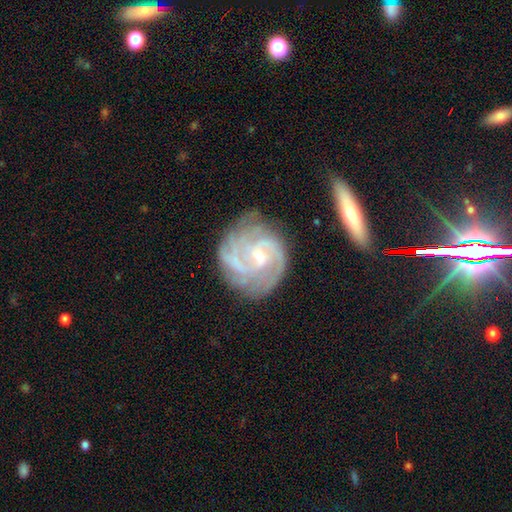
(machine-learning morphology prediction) Overall: featured or disk (88%). Edge-on disk: no (97%). Bar: no (50%; weak 40%). Spiral arms: yes (97%). Spiral arm count: 3 (30%; 2 23%). Spiral winding: tight (57%; medium 35%). Bulge size: small (65%; moderate 30%). Merging: none (68%).